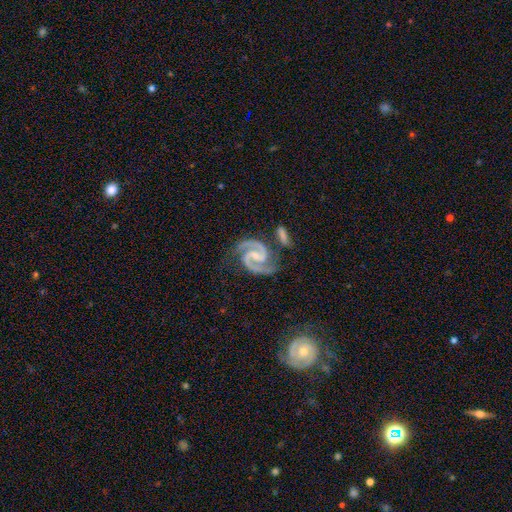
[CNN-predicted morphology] Smooth or featured? featured or disk (94%)
Edge-on disk? no (98%)
Bar? weak (44%)
Spiral arms? yes (99%)
Spiral winding? medium (58%)
Spiral arm count? 2 (94%)
Bulge size? small (41%)
Merging? none (68%)